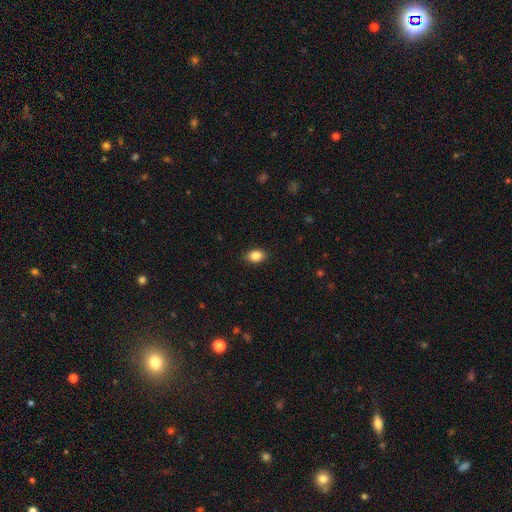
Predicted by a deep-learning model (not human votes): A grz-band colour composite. It shows a smooth galaxy with no disk features (86%) that is in between round and cigar-shaped (79%). Merging: none (89%).